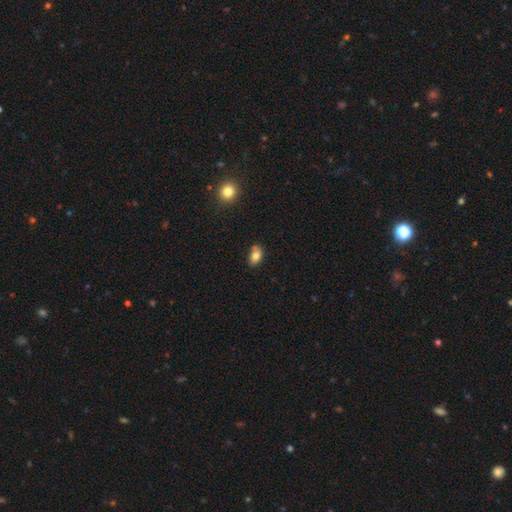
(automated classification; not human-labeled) smooth-or-featured: smooth: 81% | featured or disk: 10% | star or artifact: 9%
  how-rounded: in between: 86% | round: 12% | cigar-shaped: 2%
  merging: none: 67% | minor disturbance: 21% | merger: 8% | major disturbance: 4%